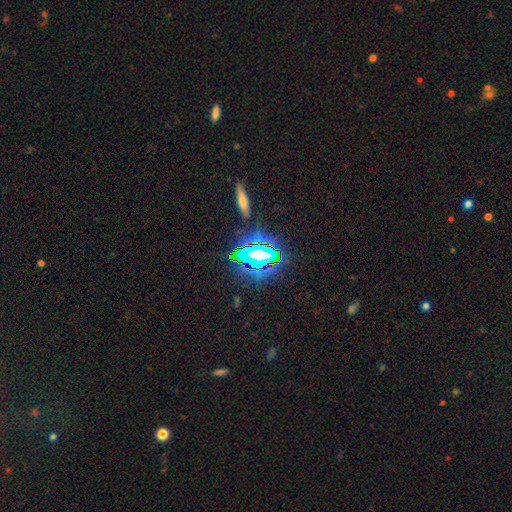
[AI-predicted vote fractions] star or artifact 68%, smooth 18%, featured or disk 14%.